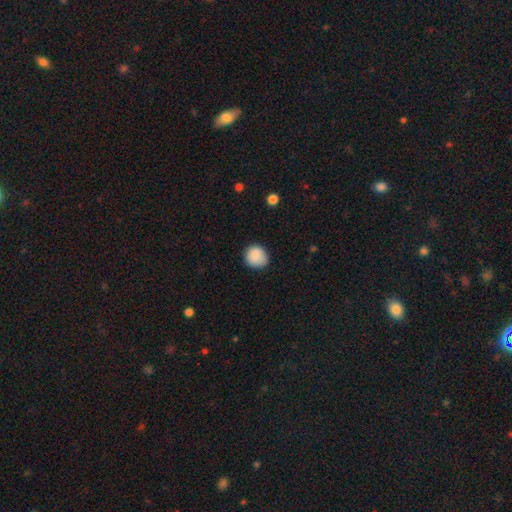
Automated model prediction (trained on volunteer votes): smooth 89%, star or artifact 8%, featured or disk 3%. Down the decision tree: how rounded — round (85%); merging — none (85%).